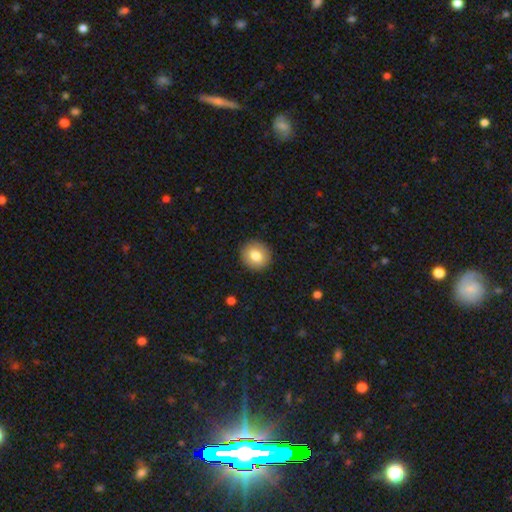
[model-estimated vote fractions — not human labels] A smooth galaxy with no disk features (80%) that is round (88%).

Vote fractions:
- Smooth or featured? smooth: 80% / featured or disk: 11% / star or artifact: 8%
- How rounded? round: 88% / in between: 11% / cigar-shaped: 1%
- Merging? none: 92% / minor disturbance: 6% / major disturbance: 2% / merger: 1%